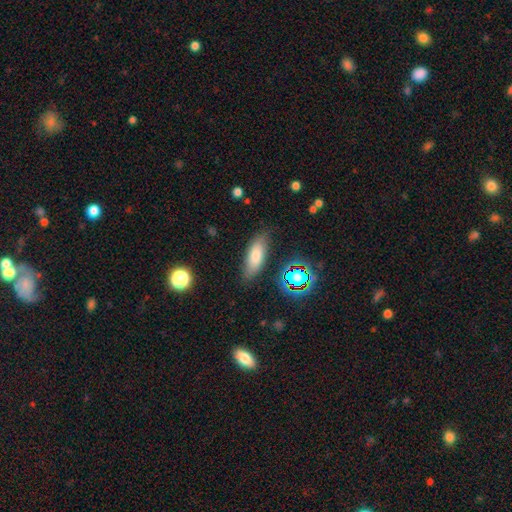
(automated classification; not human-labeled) Morphology: type=smooth (70%); roundness=in between (60%); merging=none (82%).